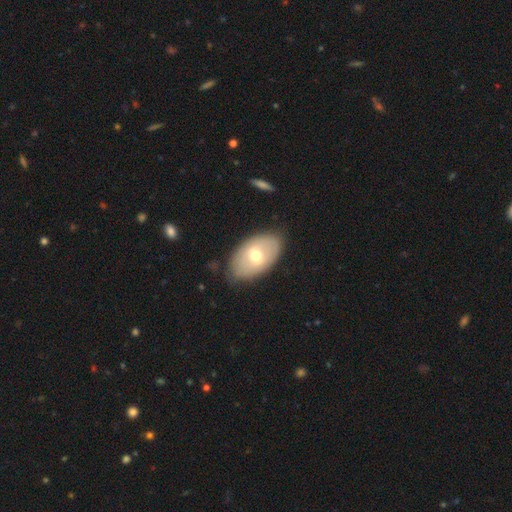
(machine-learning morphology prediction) smooth 60%, featured or disk 34%, star or artifact 6%. Down the decision tree: how rounded — in between (91%); merging — none (81%).